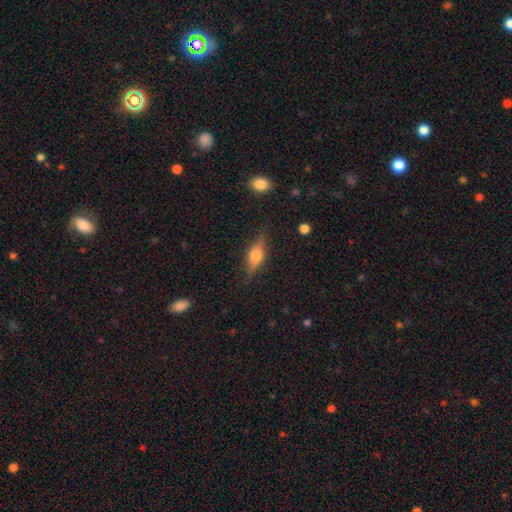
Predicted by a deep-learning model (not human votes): Q: Smooth or featured?
A: featured or disk (56%); runner-up: smooth (36%)
Q: Edge-on disk?
A: yes (93%); runner-up: no (7%)
Q: Edge-on bulge?
A: rounded (90%); runner-up: boxy (8%)
Q: Merging?
A: none (82%); runner-up: minor disturbance (13%)